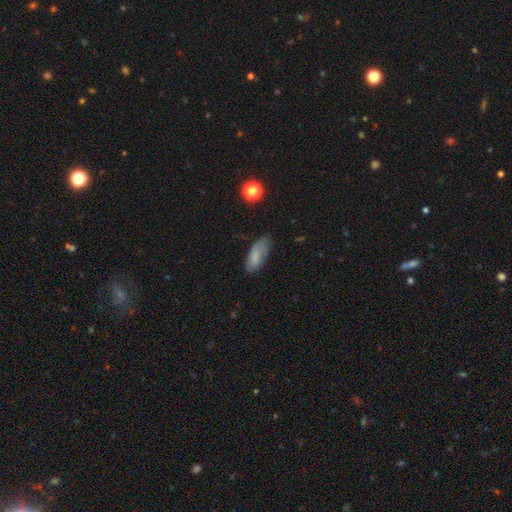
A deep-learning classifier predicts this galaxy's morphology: smooth_or_featured: smooth (p=0.78) [alt: featured or disk p=0.14]
how_rounded: in between (p=0.81) [alt: cigar-shaped p=0.16]
merging: none (p=0.64) [alt: minor disturbance p=0.27]